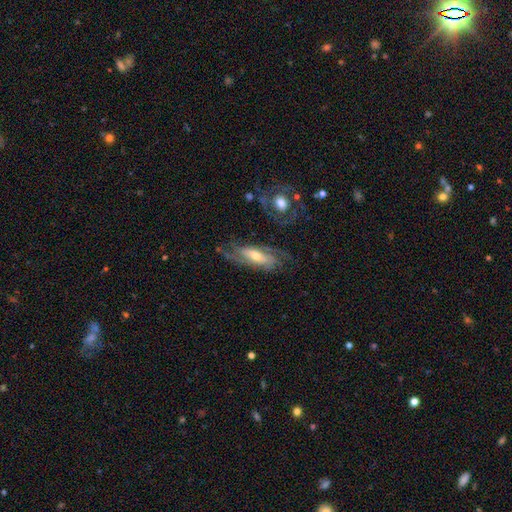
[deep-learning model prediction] The model was most divided on "spiral winding": tight: 42%, medium: 41%, loose: 17%. Remaining: spiral arms — yes (91%); edge-on disk — no (85%); smooth or featured — featured or disk (77%); merging — none (64%); bulge size — moderate (57%); spiral arm count — 2 (51%); bar — no (48%).